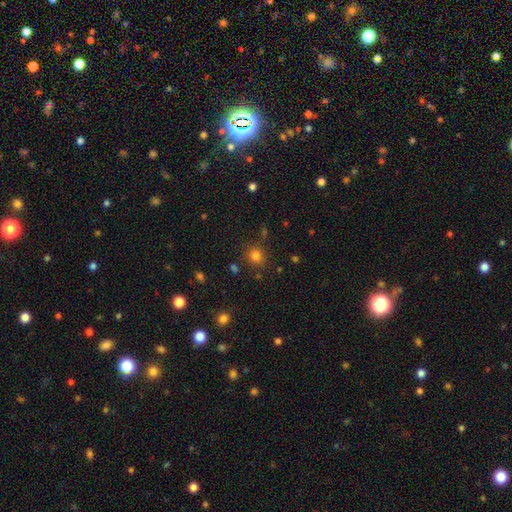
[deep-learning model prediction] Smooth or featured?
  - smooth: 79% *
  - star or artifact: 16%
  - featured or disk: 5%
How rounded?
  - round: 86% *
  - in between: 13%
  - cigar-shaped: 1%
Merging?
  - none: 82% *
  - minor disturbance: 10%
  - merger: 4%
  - major disturbance: 4%